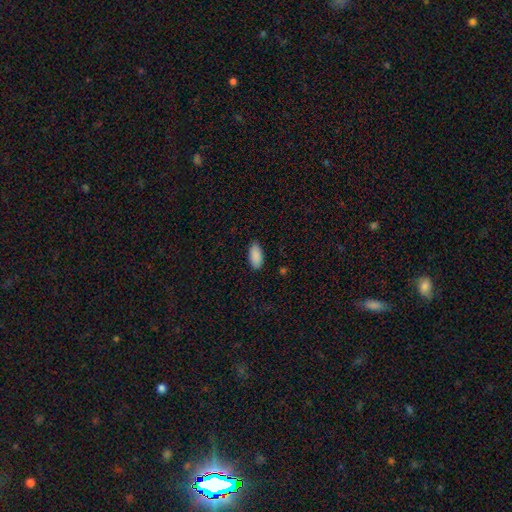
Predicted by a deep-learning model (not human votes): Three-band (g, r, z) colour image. It shows a smooth galaxy with no disk features (90%) that is in between round and cigar-shaped (93%). Merging: none (86%).